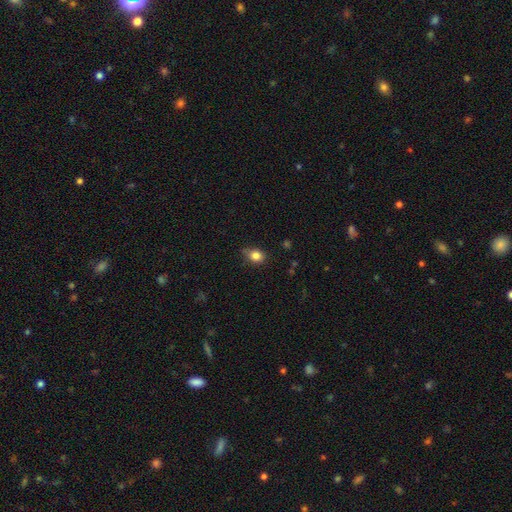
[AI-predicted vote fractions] Smooth or featured? smooth (84%)
How rounded? round (53%)
Merging? none (70%)